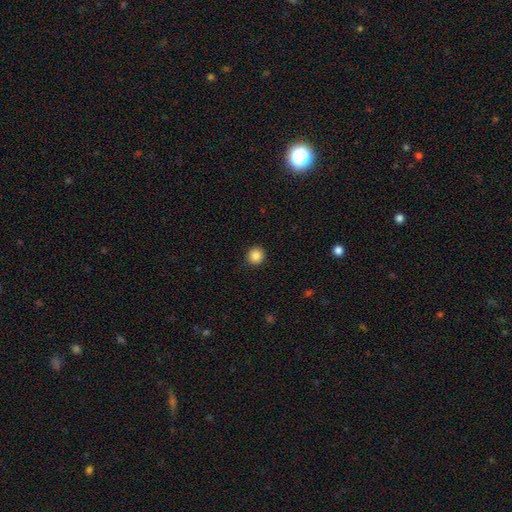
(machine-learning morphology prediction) Smooth or featured?
  - smooth: 86% *
  - star or artifact: 10%
  - featured or disk: 4%
How rounded?
  - round: 93% *
  - in between: 6%
  - cigar-shaped: 1%
Merging?
  - none: 92% *
  - minor disturbance: 6%
  - major disturbance: 2%
  - merger: 1%